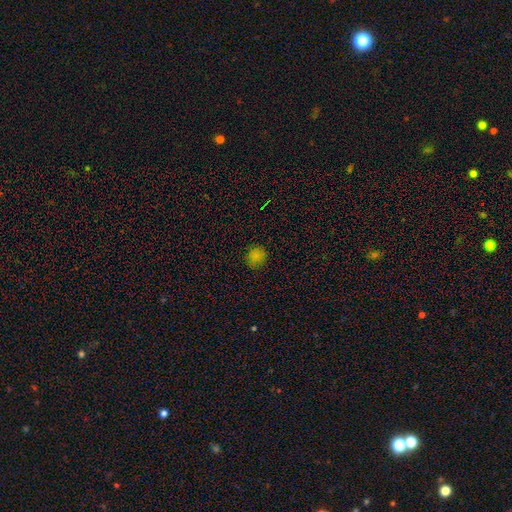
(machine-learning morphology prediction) The model was most divided on "smooth or featured": smooth: 74%, star or artifact: 21%, featured or disk: 5%. More confident: how rounded — round (87%); merging — none (87%).